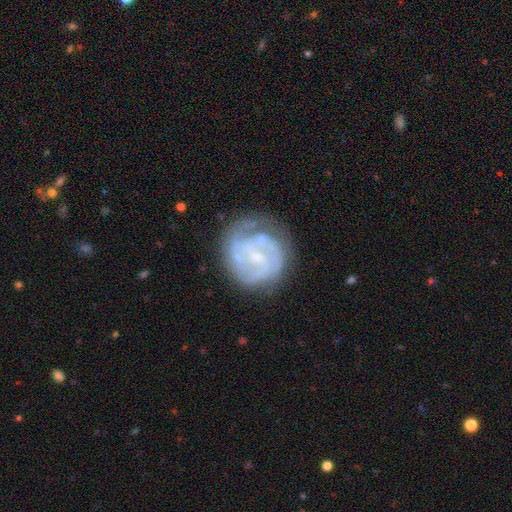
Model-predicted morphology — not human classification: featured or disk 75%, smooth 18%, star or artifact 6%. Down the decision tree: edge-on disk — no (98%); bar — weak (45%); spiral arms — yes (84%); spiral arm count — can't tell (36%); spiral winding — tight (55%); bulge size — small (58%); merging — none (64%).